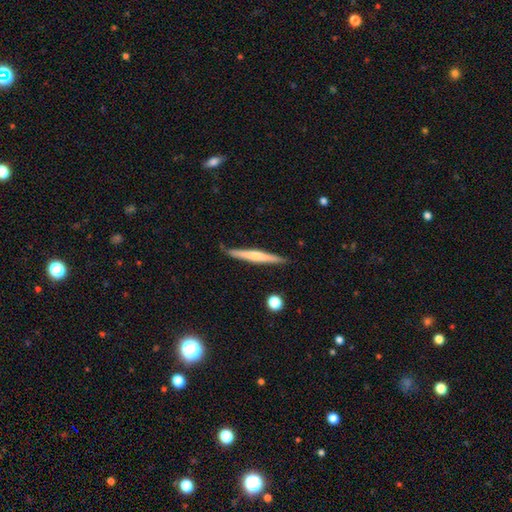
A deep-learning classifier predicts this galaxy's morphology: This appears to be a smooth galaxy with no disk features (47%, tied with featured or disk). Merging: none (86%).